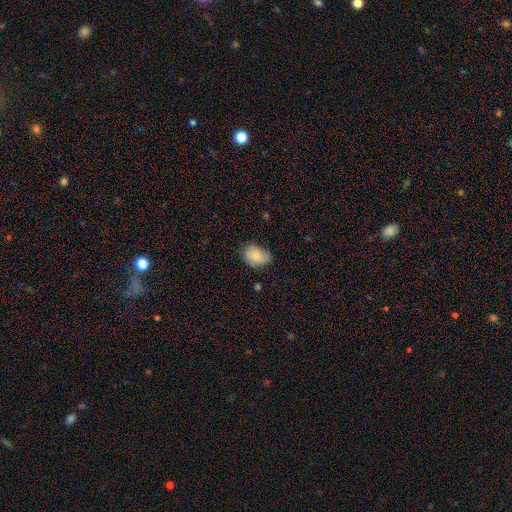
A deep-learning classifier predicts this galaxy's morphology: smooth_or_featured: smooth (p=0.72) [alt: featured or disk p=0.20]
how_rounded: in between (p=0.67) [alt: round p=0.32]
merging: none (p=0.61) [alt: minor disturbance p=0.31]